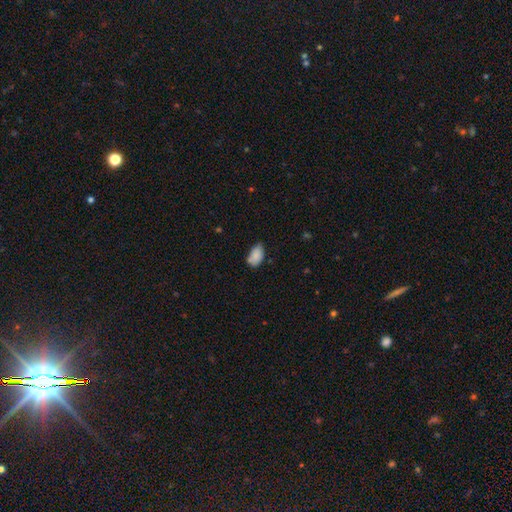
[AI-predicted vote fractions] Smooth or featured? smooth (84%)
How rounded? in between (92%)
Merging? none (56%)